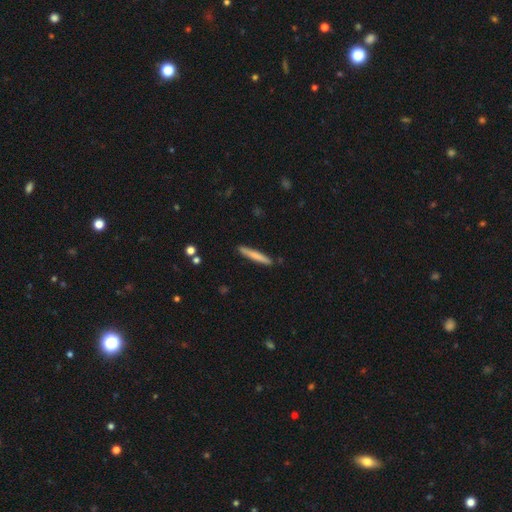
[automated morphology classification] A smooth galaxy with no disk features (72%) that is cigar-shaped (96%).

Vote fractions:
- Smooth or featured? smooth: 72% / featured or disk: 23% / star or artifact: 6%
- How rounded? cigar-shaped: 96% / in between: 3% / round: 1%
- Merging? none: 88% / minor disturbance: 8% / merger: 2% / major disturbance: 2%